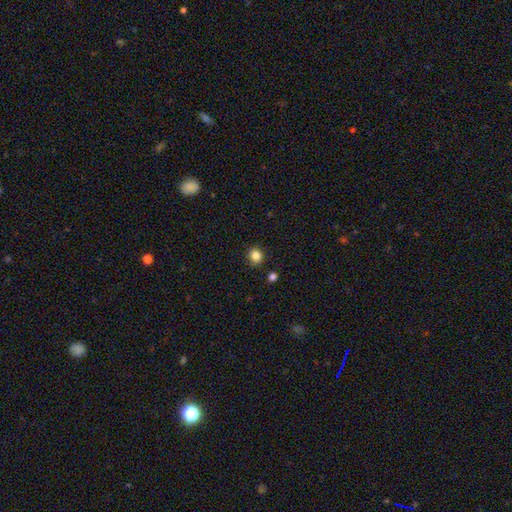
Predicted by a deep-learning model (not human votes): Smooth or featured: smooth — 84% (star or artifact — 12%)
How rounded: round — 82% (in between — 17%)
Merging: none — 86% (minor disturbance — 10%)